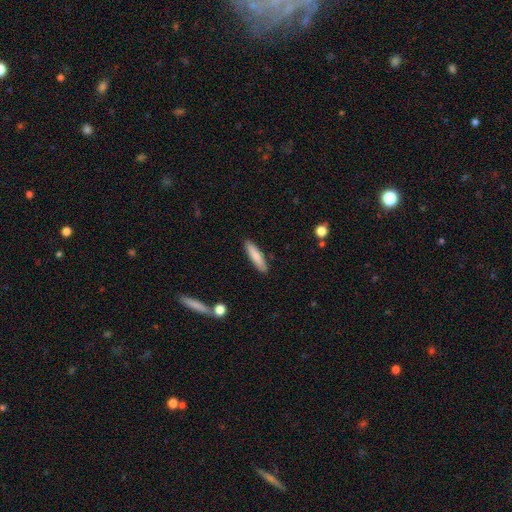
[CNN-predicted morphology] Q: Smooth or featured?
A: smooth (79%); runner-up: featured or disk (15%)
Q: How rounded?
A: cigar-shaped (82%); runner-up: in between (16%)
Q: Merging?
A: none (89%); runner-up: minor disturbance (8%)